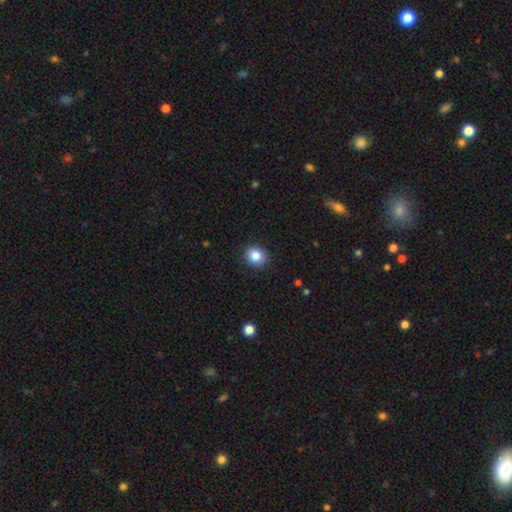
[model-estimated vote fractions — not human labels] Smooth or featured? Predicted: smooth (p=0.86). How rounded? Predicted: round (p=0.74). Merging? Predicted: none (p=0.90).